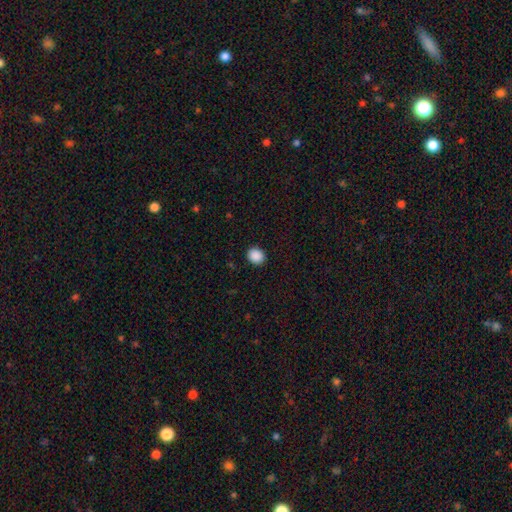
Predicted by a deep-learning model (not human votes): Q: Smooth or featured?
A: smooth (90%); runner-up: star or artifact (8%)
Q: How rounded?
A: round (68%); runner-up: in between (31%)
Q: Merging?
A: none (91%); runner-up: minor disturbance (6%)